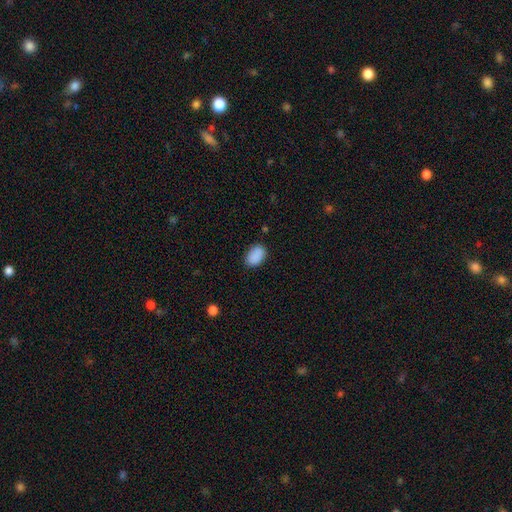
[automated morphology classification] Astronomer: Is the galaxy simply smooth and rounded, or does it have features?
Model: smooth — 89%.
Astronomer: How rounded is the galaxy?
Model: in between — 88%.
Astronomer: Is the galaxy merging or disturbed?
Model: none — 84%.